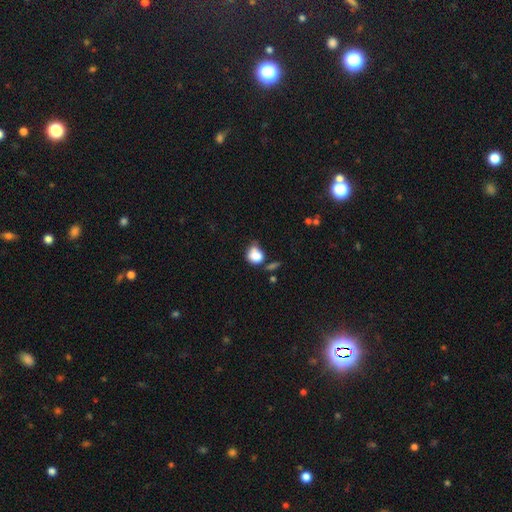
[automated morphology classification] This appears to be a smooth galaxy with no disk features (78%) that is round (67%). Merging: none (38%).